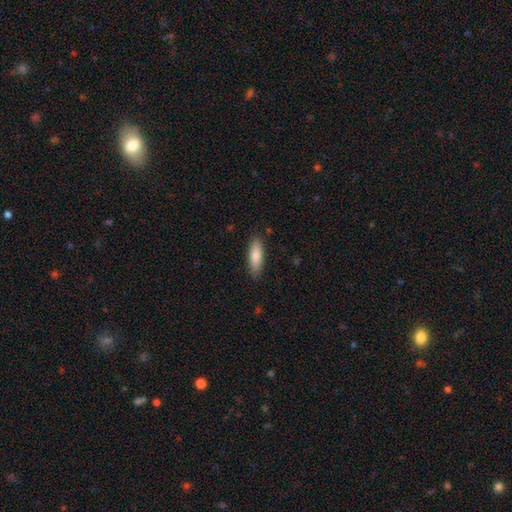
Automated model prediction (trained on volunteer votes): Smooth or featured? smooth (81%)
How rounded? in between (50%)
Merging? none (86%)